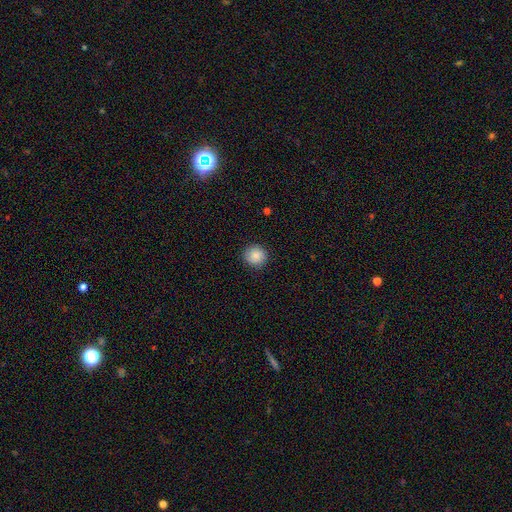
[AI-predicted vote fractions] Smooth or featured? smooth (87%)
How rounded? round (92%)
Merging? none (90%)